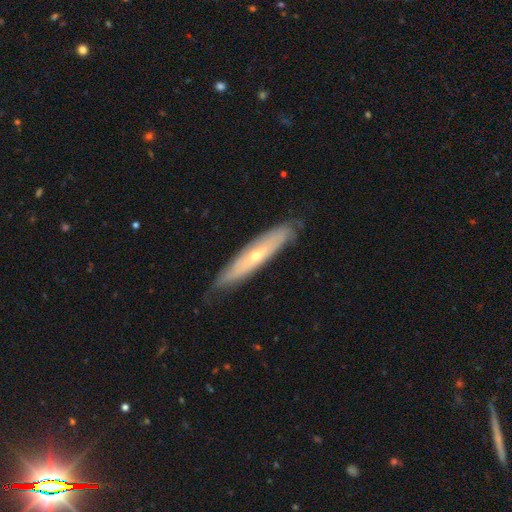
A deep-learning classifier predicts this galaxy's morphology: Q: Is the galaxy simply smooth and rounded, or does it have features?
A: featured or disk — 63%.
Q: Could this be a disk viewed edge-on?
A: yes — 58%.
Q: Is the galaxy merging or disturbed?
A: none — 76%.